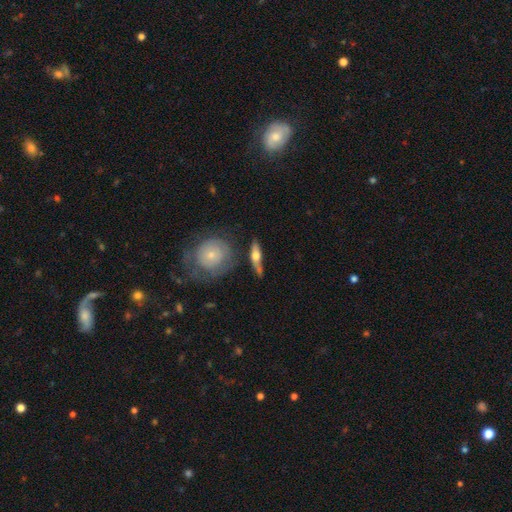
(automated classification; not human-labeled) This is possibly a featured or disk galaxy (54%). It is likely viewed edge-on (78%). Merging: likely none (70%).